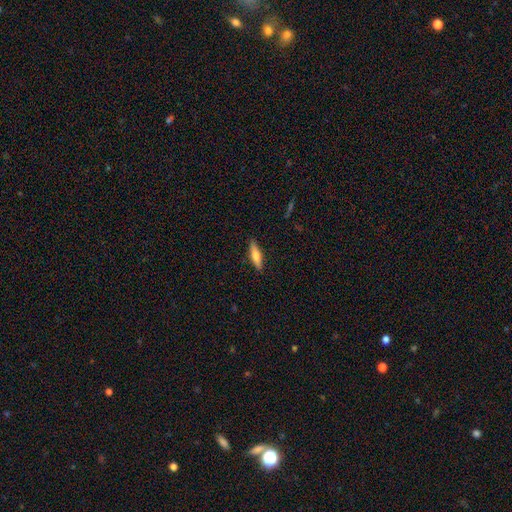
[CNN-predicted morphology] Smooth or featured? Predicted: smooth (p=0.57). How rounded? Predicted: cigar-shaped (p=0.70). Merging? Predicted: none (p=0.88).